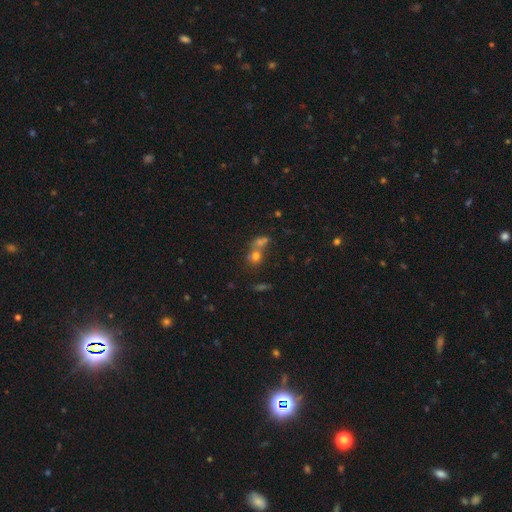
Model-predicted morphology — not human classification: A smooth galaxy with no disk features (65%) that is round (68%).

Vote fractions:
- Smooth or featured? smooth: 65% / star or artifact: 18% / featured or disk: 16%
- How rounded? round: 68% / in between: 30% / cigar-shaped: 2%
- Merging? merger: 56% / none: 32% / minor disturbance: 7% / major disturbance: 5%